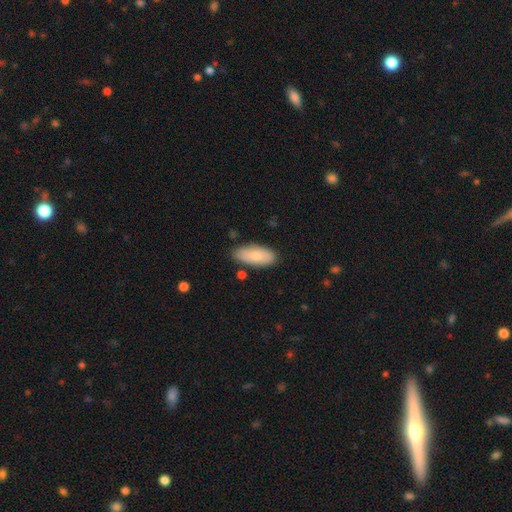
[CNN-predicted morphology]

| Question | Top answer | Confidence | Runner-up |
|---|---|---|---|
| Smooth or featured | smooth | 76% | featured or disk (18%) |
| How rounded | in between | 85% | cigar-shaped (13%) |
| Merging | none | 81% | minor disturbance (13%) |